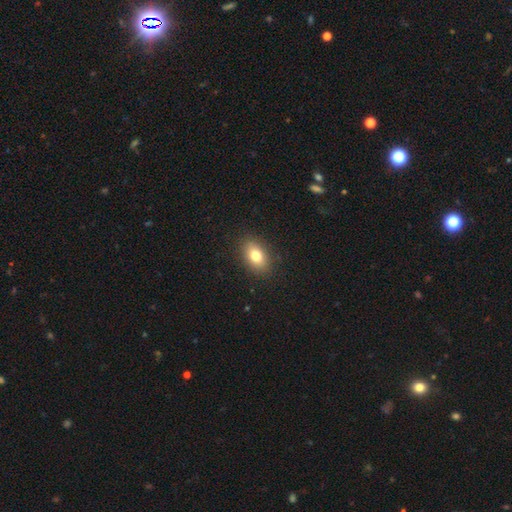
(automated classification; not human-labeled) Smooth or featured? Predicted: smooth (p=0.79). How rounded? Predicted: in between (p=0.83). Merging? Predicted: none (p=0.88).